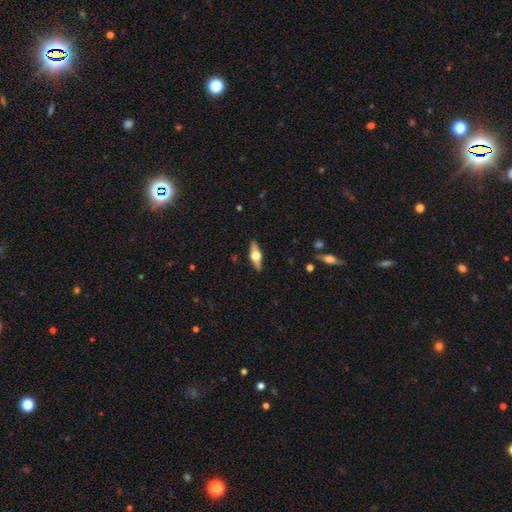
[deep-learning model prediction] This is likely a featured or disk galaxy (66%). It is clearly viewed edge-on (95%). Edge-on bulge: clearly rounded (95%). Merging: clearly none (89%).